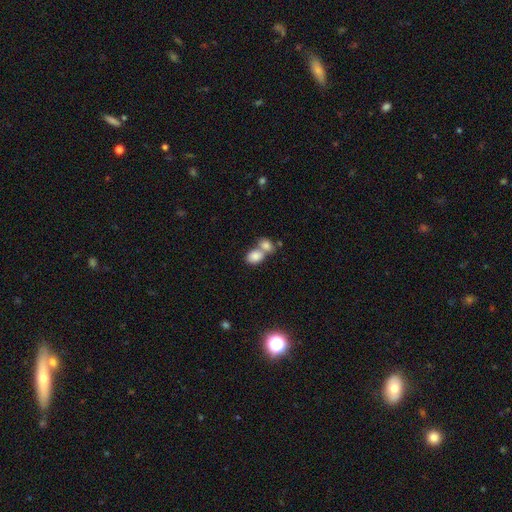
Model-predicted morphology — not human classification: smooth 82%, featured or disk 10%, star or artifact 8%. Down the decision tree: how rounded — in between (71%); merging — merger (63%).